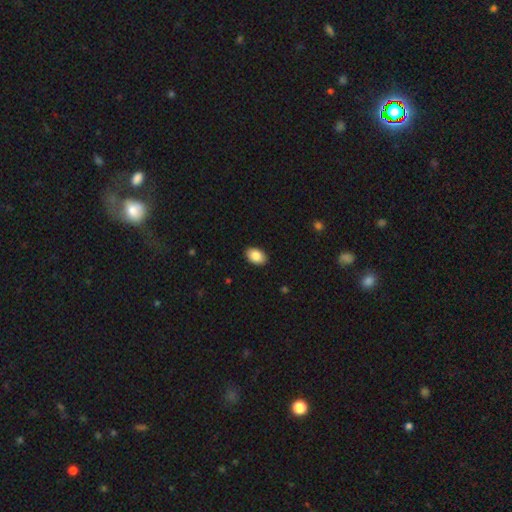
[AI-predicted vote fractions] Overall: smooth (87%). How rounded: in between (90%). Merging: none (90%).